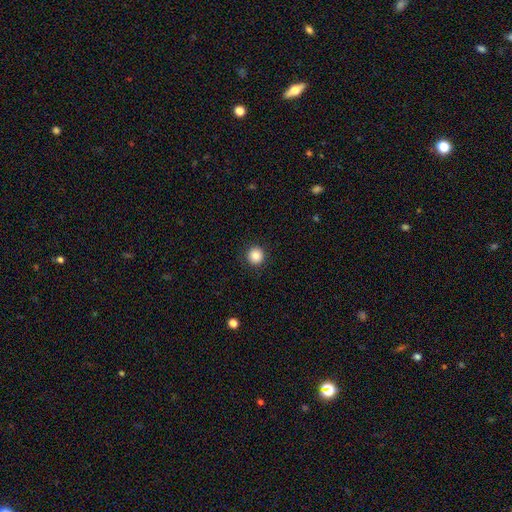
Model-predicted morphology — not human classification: type=smooth (86%); roundness=round (95%); merging=none (92%).